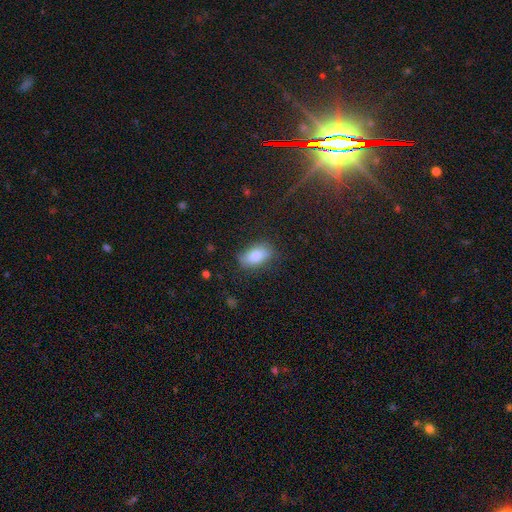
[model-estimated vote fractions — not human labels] Smooth or featured?
  - smooth: 79% *
  - featured or disk: 13%
  - star or artifact: 9%
How rounded?
  - in between: 90% *
  - round: 6%
  - cigar-shaped: 4%
Merging?
  - none: 80% *
  - minor disturbance: 15%
  - major disturbance: 4%
  - merger: 1%